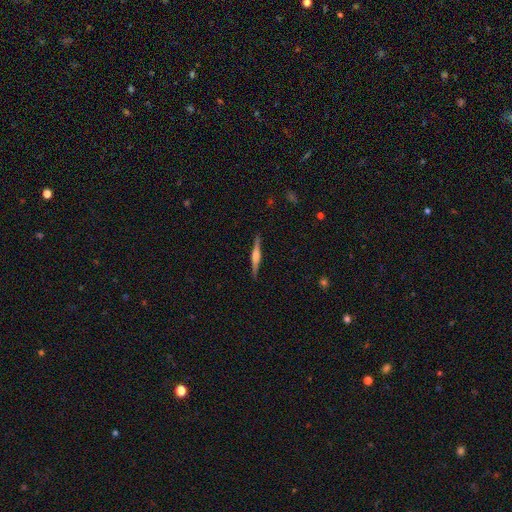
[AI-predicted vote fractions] Smooth or featured? Predicted: featured or disk (p=0.72). Edge-on disk? Predicted: yes (p=0.98). Edge-on bulge? Predicted: rounded (p=0.73). Merging? Predicted: none (p=0.91).